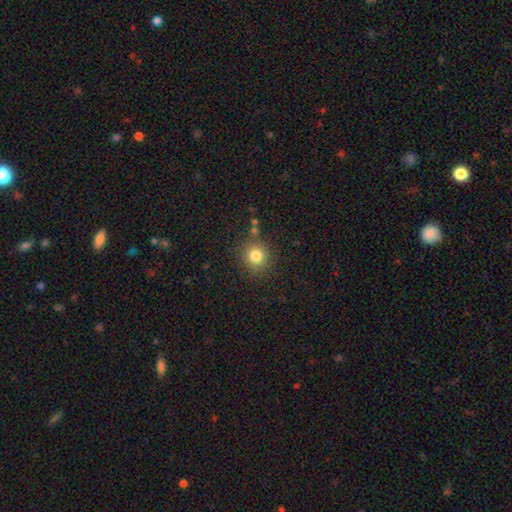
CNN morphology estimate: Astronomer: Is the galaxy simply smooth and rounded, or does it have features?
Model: smooth — 81%.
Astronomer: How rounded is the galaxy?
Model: round — 88%.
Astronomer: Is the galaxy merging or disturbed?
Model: none — 84%.